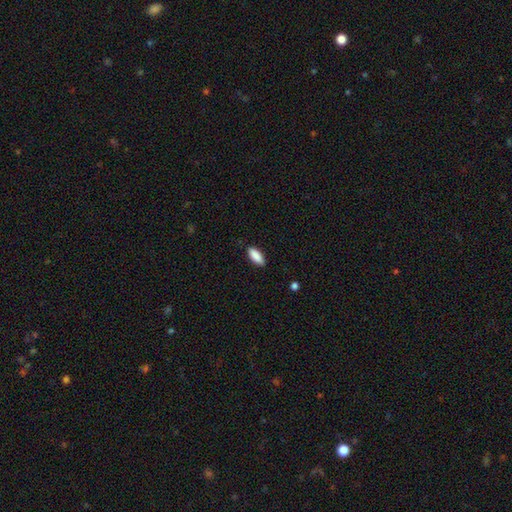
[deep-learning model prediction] A smooth galaxy with no disk features (89%) that is in between round and cigar-shaped (75%). Merging: none (86%).